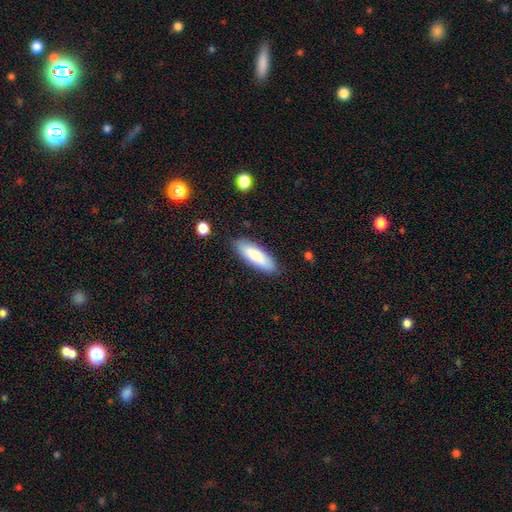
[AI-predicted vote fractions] Q: Smooth or featured?
A: smooth (81%); runner-up: featured or disk (13%)
Q: How rounded?
A: in between (56%); runner-up: cigar-shaped (42%)
Q: Merging?
A: none (85%); runner-up: minor disturbance (11%)